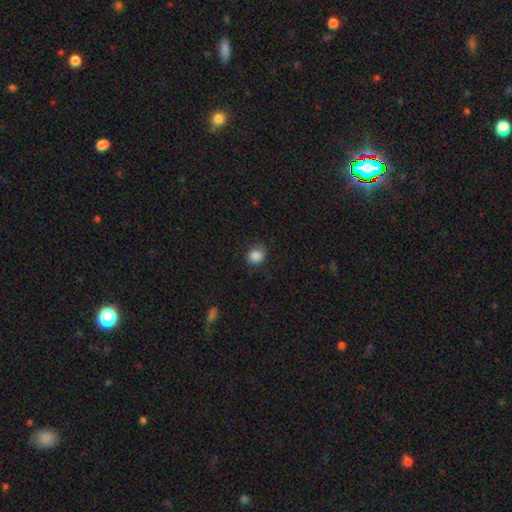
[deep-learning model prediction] smooth-or-featured: smooth: 86% | star or artifact: 9% | featured or disk: 5%
  how-rounded: round: 61% | in between: 38% | cigar-shaped: 1%
  merging: none: 74% | minor disturbance: 19% | major disturbance: 5% | merger: 1%